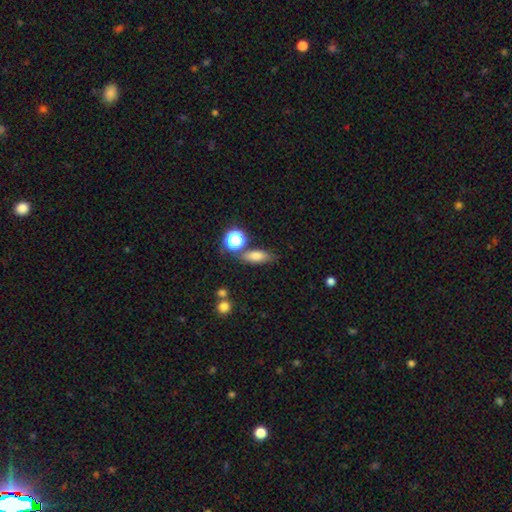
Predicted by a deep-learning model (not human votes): Smooth or featured? smooth (73%)
How rounded? in between (63%)
Merging? none (72%)